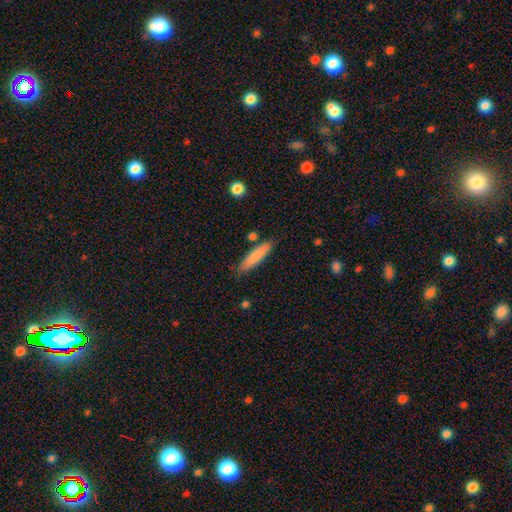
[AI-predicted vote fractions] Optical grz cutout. It shows a smooth galaxy with no disk features (81%) that is cigar-shaped (81%). Merging: none (81%).